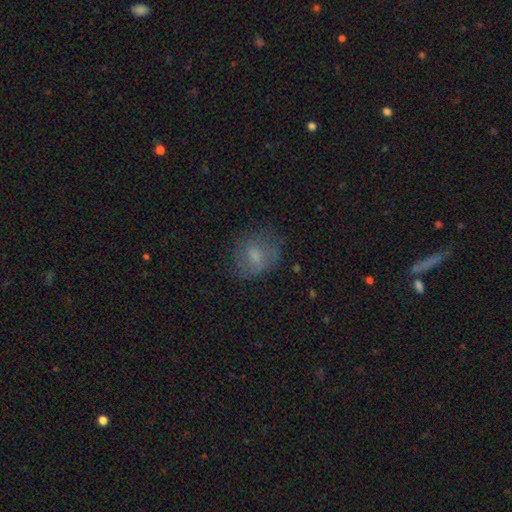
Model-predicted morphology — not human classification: Smooth or featured: smooth — 66% (featured or disk — 23%)
How rounded: round — 59% (in between — 40%)
Merging: none — 60% (minor disturbance — 23%)